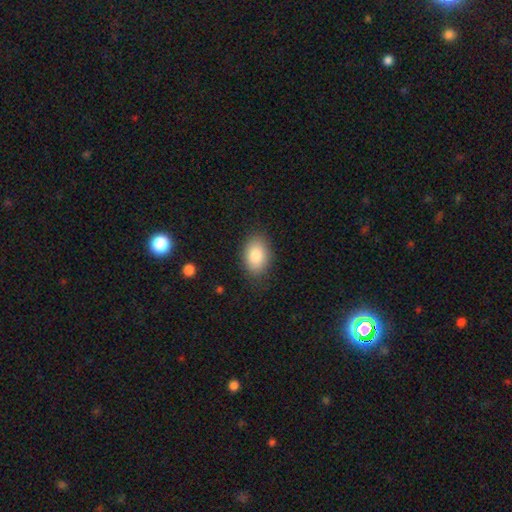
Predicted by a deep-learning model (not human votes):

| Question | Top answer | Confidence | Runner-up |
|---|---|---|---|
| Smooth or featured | smooth | 84% | featured or disk (8%) |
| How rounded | in between | 86% | round (13%) |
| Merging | none | 83% | minor disturbance (12%) |